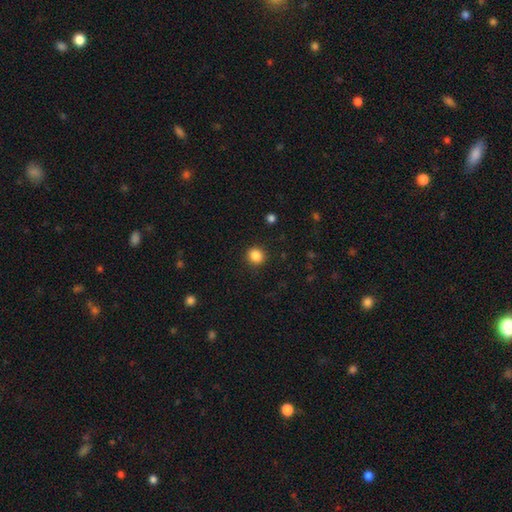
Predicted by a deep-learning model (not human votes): This is clearly a smooth galaxy (85%). How rounded: clearly round (87%). Merging: clearly none (91%).